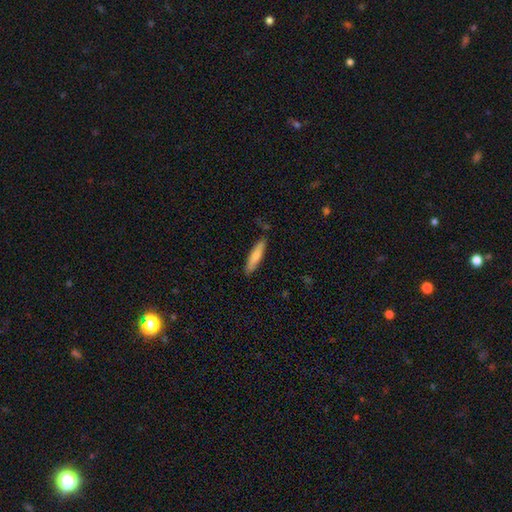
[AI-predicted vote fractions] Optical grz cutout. It shows a smooth galaxy with no disk features (79%) that is cigar-shaped (84%). Merging: none (85%).